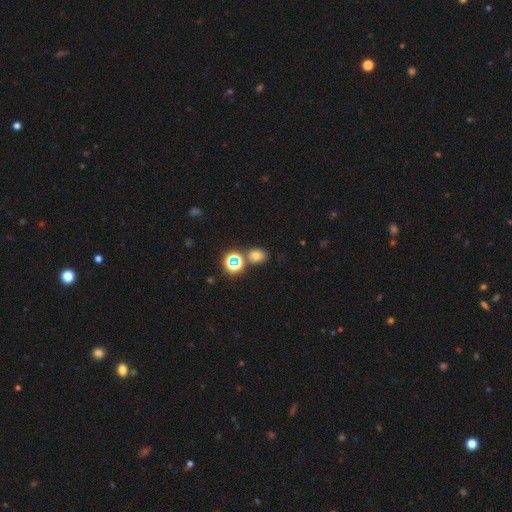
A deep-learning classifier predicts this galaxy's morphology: The model was most divided on "how rounded": round: 52%, in between: 47%, cigar-shaped: 1%. More confident: merging — none (74%); smooth or featured — smooth (67%).